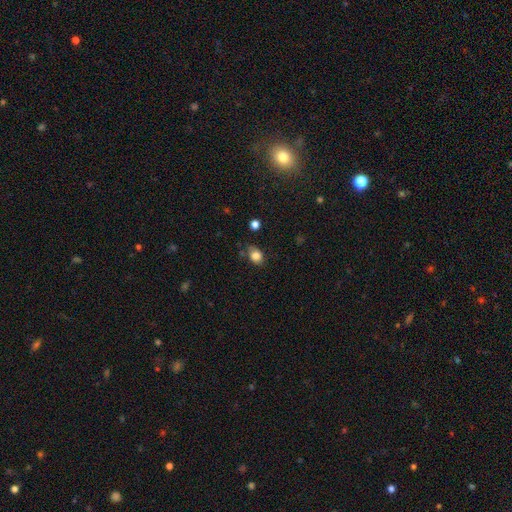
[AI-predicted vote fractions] smooth 83%, star or artifact 10%, featured or disk 7%. Down the decision tree: how rounded — in between (63%); merging — none (66%).